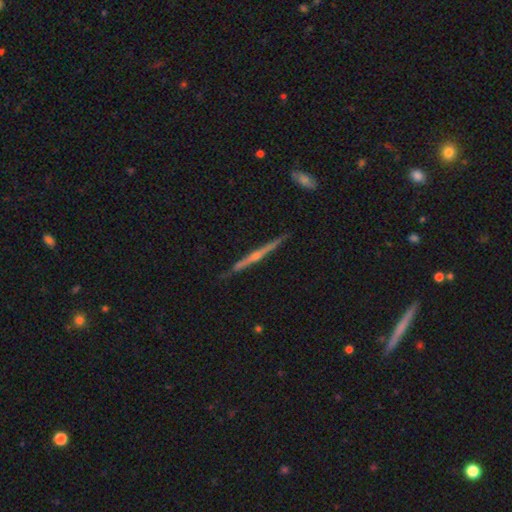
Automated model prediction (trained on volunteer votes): A featured or disk galaxy (78%) viewed edge-on (98%) with a rounded central bulge (72%).

Vote fractions:
- Smooth or featured? featured or disk: 78% / smooth: 15% / star or artifact: 6%
- Edge-on disk? yes: 98% / no: 2%
- Edge-on bulge? rounded: 72% / none: 23% / boxy: 6%
- Merging? none: 89% / minor disturbance: 8% / major disturbance: 1% / merger: 1%